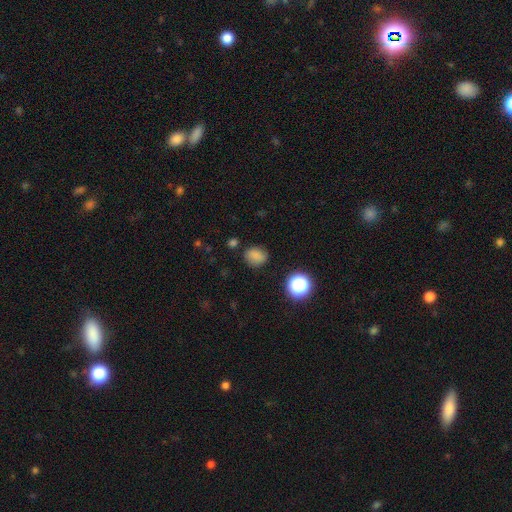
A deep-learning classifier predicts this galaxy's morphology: Smooth or featured? smooth (80%)
How rounded? round (55%)
Merging? none (78%)